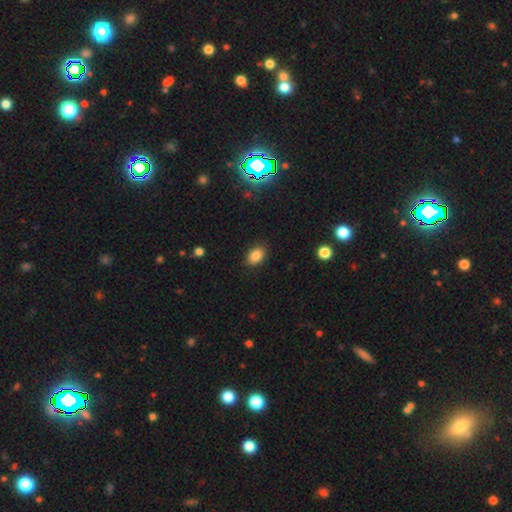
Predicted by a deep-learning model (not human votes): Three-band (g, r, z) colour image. It shows a smooth galaxy with no disk features (85%) that is in between round and cigar-shaped (84%). Merging: none (87%).